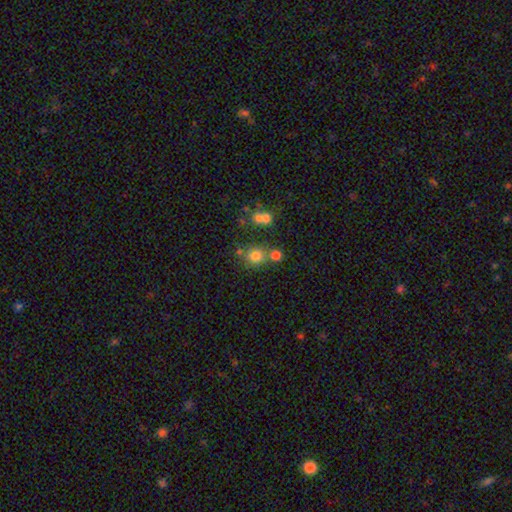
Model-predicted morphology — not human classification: This is likely a smooth galaxy (75%). How rounded: clearly round (85%). Merging: likely none (66%).